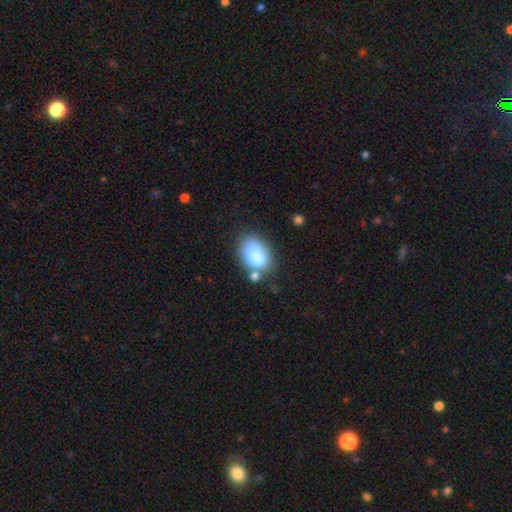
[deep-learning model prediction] A smooth galaxy with no disk features (77%) that is in between round and cigar-shaped (84%). Merging: none (46%).